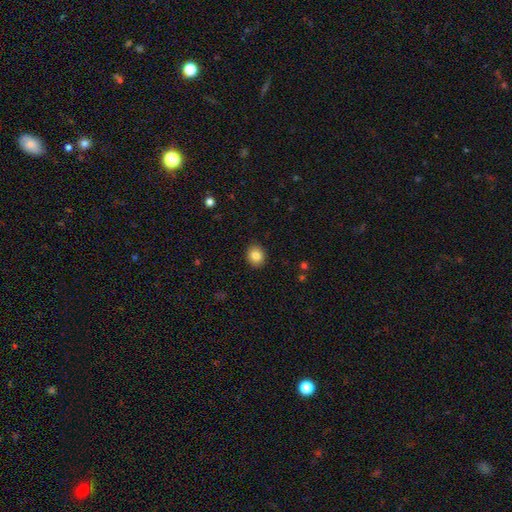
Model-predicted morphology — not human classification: Smooth or featured? Predicted: smooth (p=0.83). How rounded? Predicted: round (p=0.74). Merging? Predicted: none (p=0.91).